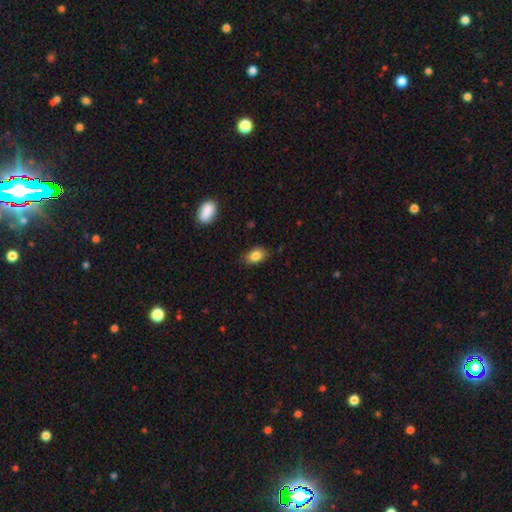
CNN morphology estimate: A smooth galaxy with no disk features (85%) that is in between round and cigar-shaped (84%). Merging: none (82%).